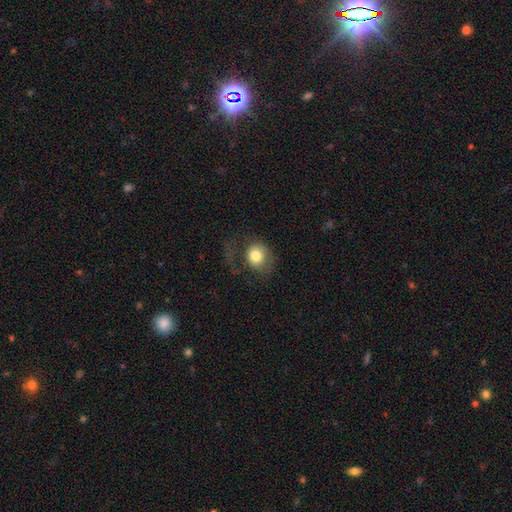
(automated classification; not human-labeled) Overall: smooth (78%). How rounded: round (70%). Merging: none (43%; major disturbance 33%).